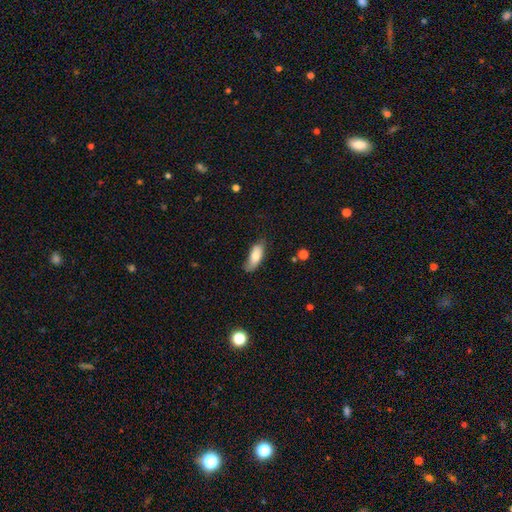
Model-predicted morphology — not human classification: This appears to be a smooth galaxy with no disk features (74%) that is in between round and cigar-shaped (79%). Merging: none (64%).